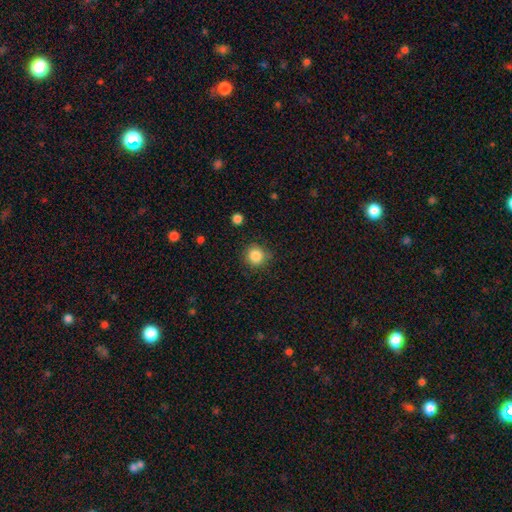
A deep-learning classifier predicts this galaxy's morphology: The model was most divided on "merging": none: 85%, minor disturbance: 11%, major disturbance: 3%, merger: 2%. More confident: how rounded — round (92%); smooth or featured — smooth (85%).